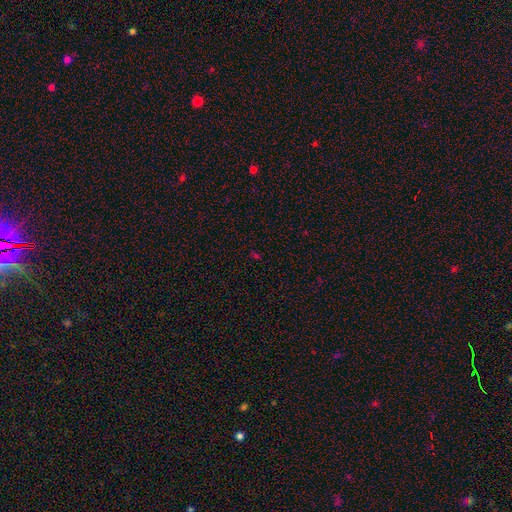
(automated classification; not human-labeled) A star or artifact, not a galaxy (58%).

Vote fractions:
- Smooth or featured? star or artifact: 58% / smooth: 34% / featured or disk: 7%